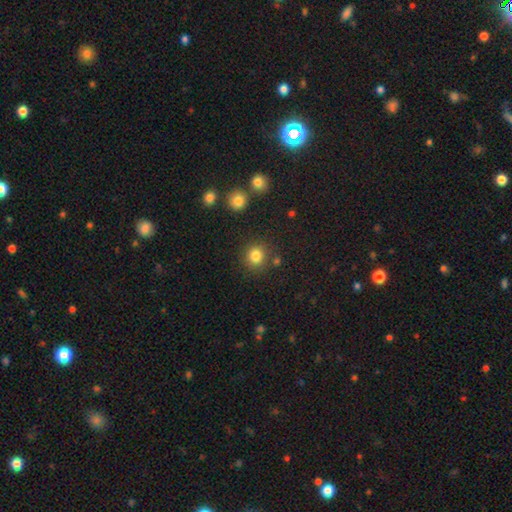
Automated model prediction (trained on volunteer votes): Smooth or featured? Predicted: smooth (p=0.83). How rounded? Predicted: round (p=0.85). Merging? Predicted: none (p=0.83).